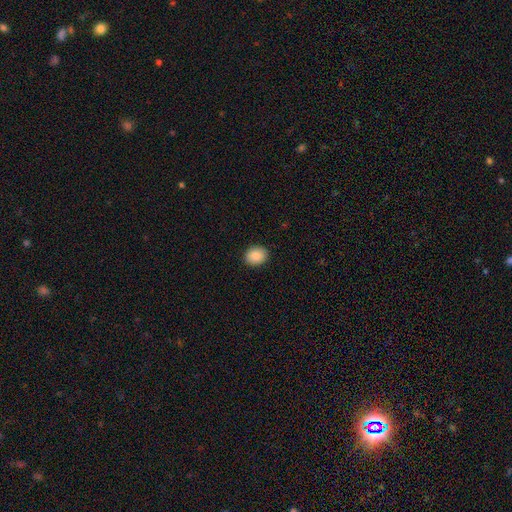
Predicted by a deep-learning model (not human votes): Overall: smooth (88%). How rounded: round (52%; in between 47%). Merging: none (91%).